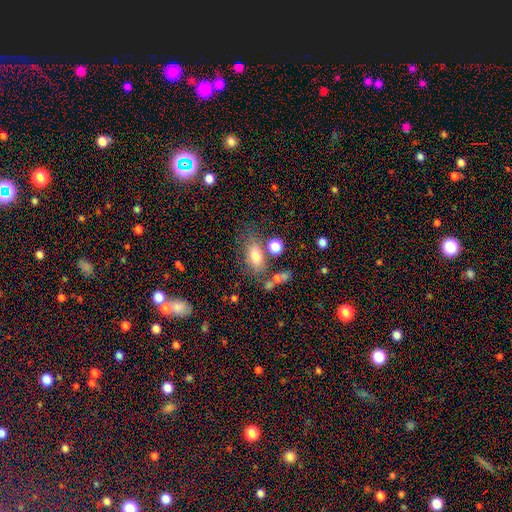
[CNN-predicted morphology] A smooth galaxy with no disk features (74%) that is in between round and cigar-shaped (83%). Merging: none (60%).